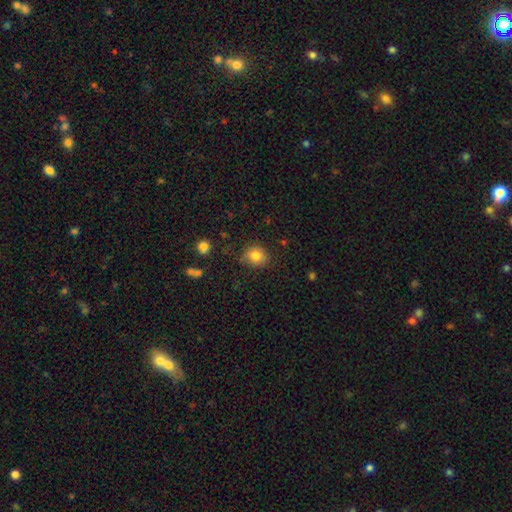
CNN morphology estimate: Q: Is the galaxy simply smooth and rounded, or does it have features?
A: smooth — 83%.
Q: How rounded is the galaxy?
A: round — 68%.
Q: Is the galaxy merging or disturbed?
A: none — 79%.